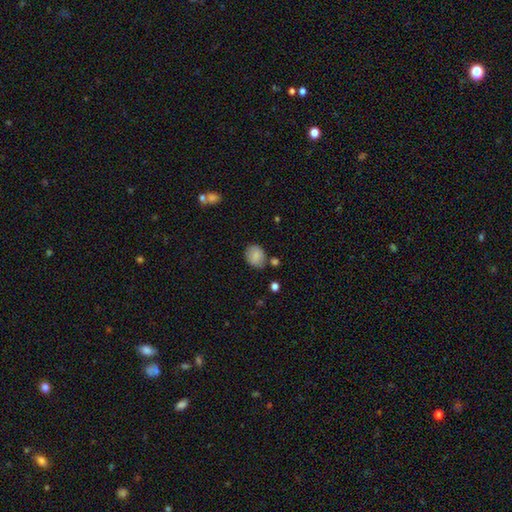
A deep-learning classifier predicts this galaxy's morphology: smooth 80%, featured or disk 11%, star or artifact 8%. Down the decision tree: how rounded — round (55%); merging — none (73%).